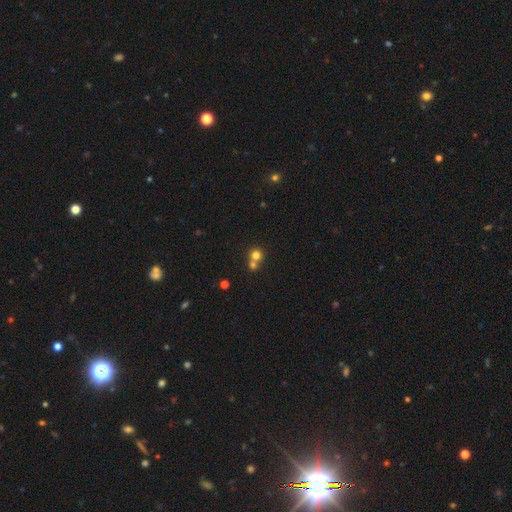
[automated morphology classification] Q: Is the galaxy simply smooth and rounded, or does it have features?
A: smooth — 75%.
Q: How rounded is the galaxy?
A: round — 89%.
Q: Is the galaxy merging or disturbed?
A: merger — 48%.